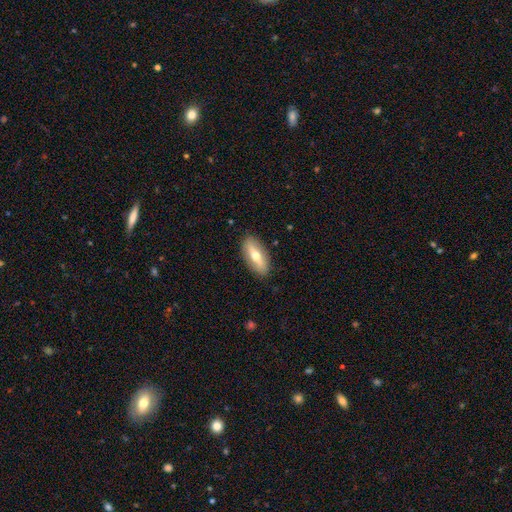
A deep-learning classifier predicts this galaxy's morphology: A smooth galaxy with no disk features (55%) that is in between round and cigar-shaped (75%).

Vote fractions:
- Smooth or featured? smooth: 55% / featured or disk: 38% / star or artifact: 6%
- How rounded? in between: 75% / cigar-shaped: 22% / round: 3%
- Merging? none: 87% / minor disturbance: 10% / major disturbance: 2% / merger: 1%